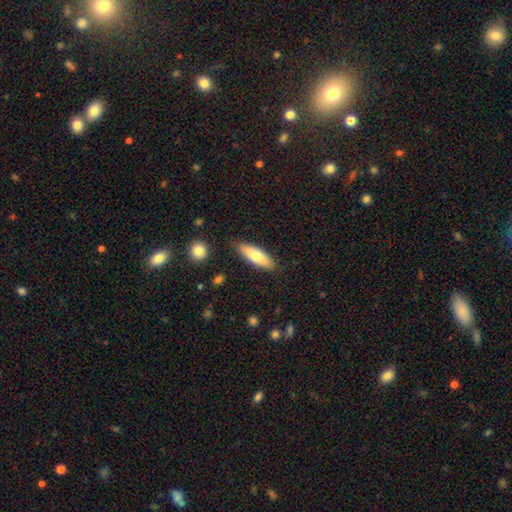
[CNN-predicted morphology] This is likely a smooth galaxy (71%). How rounded: possibly in between (56%). Merging: clearly none (86%).